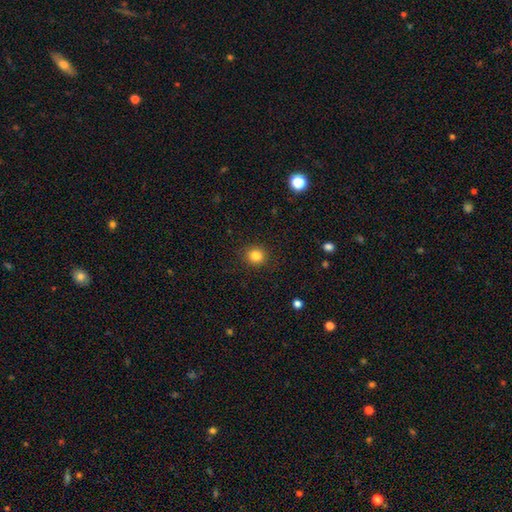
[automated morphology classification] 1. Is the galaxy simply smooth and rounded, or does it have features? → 84% smooth, 11% star or artifact, 5% featured or disk.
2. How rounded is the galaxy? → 87% round, 12% in between, 1% cigar-shaped.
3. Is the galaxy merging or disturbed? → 90% none, 7% minor disturbance, 2% major disturbance, 1% merger.